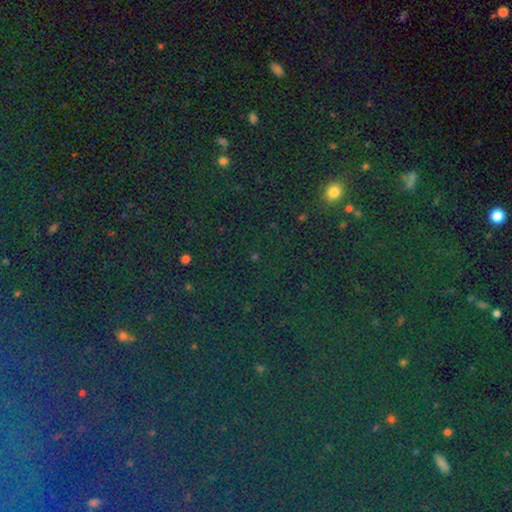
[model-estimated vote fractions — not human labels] A star or artifact, not a galaxy (75%).